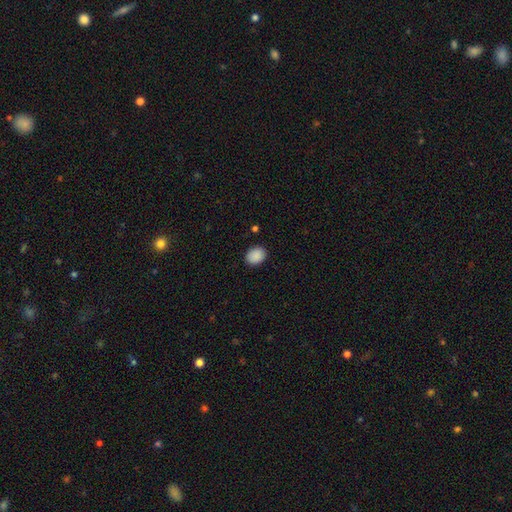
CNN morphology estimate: smooth_or_featured: smooth (p=0.90) [alt: star or artifact p=0.08]
how_rounded: in between (p=0.55) [alt: round p=0.44]
merging: none (p=0.88) [alt: minor disturbance p=0.08]